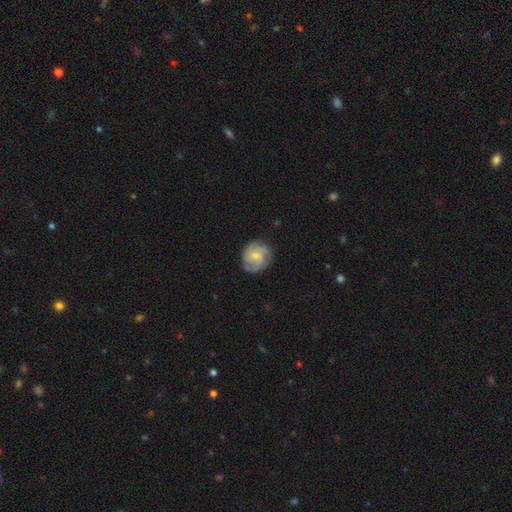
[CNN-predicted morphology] This appears to be a featured or disk galaxy (56%) with no bar (57%), spiral arms (88%) and a small central bulge (51%). Merging: none (76%).